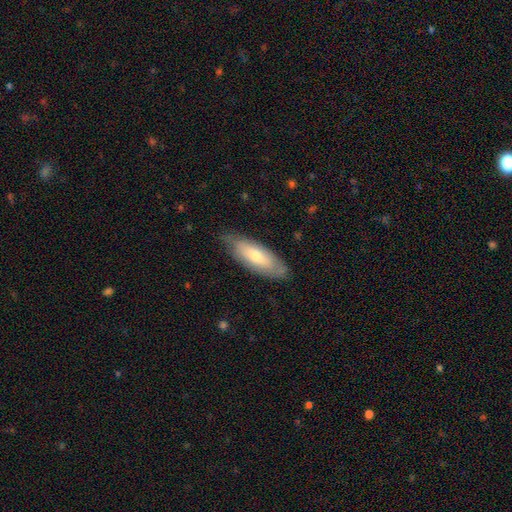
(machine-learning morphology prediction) Smooth or featured?
  - smooth: 61% *
  - featured or disk: 33%
  - star or artifact: 6%
How rounded?
  - in between: 66% *
  - cigar-shaped: 32%
  - round: 2%
Merging?
  - none: 77% *
  - minor disturbance: 19%
  - major disturbance: 3%
  - merger: 1%